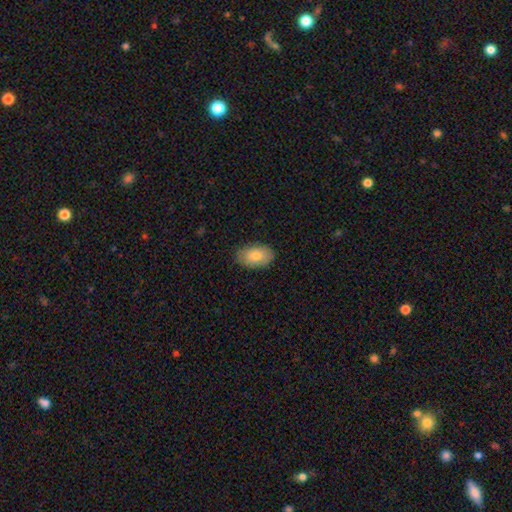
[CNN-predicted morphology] This appears to be a smooth galaxy with no disk features (80%) that is in between round and cigar-shaped (92%). Merging: none (85%).